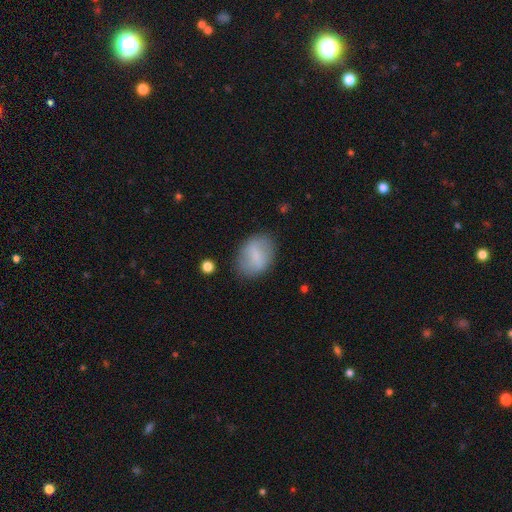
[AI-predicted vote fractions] Overall: smooth (69%). How rounded: in between (75%). Merging: none (79%).